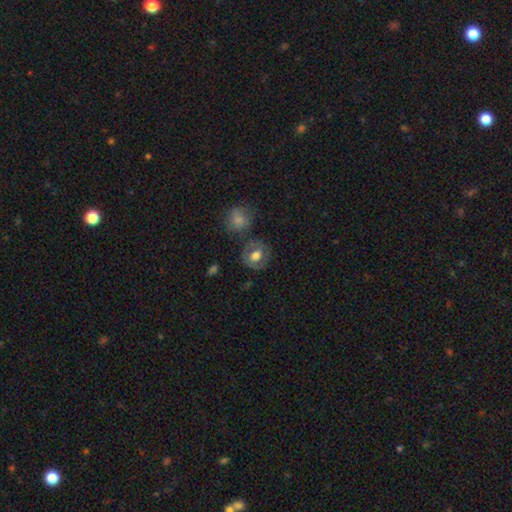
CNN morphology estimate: Overall: smooth (62%; featured or disk 31%). How rounded: round (73%). Merging: none (72%).